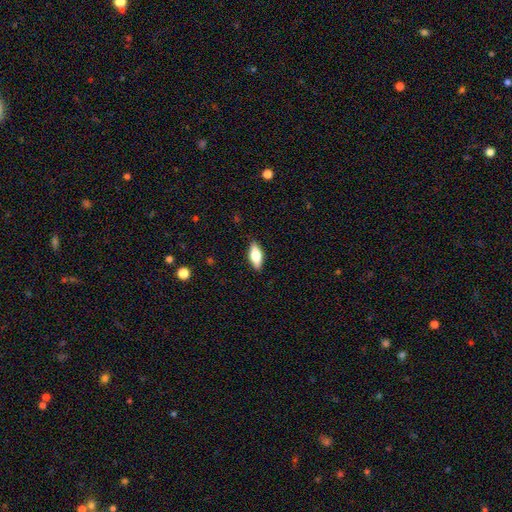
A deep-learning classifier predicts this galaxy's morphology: The model was most divided on "smooth or featured": smooth: 68%, featured or disk: 26%, star or artifact: 7%. More confident: merging — none (87%); how rounded — in between (75%).